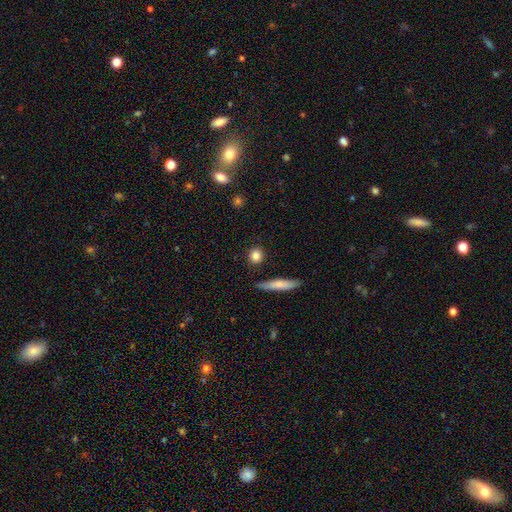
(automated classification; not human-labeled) A smooth galaxy with no disk features (84%) that is round (73%).

Vote fractions:
- Smooth or featured? smooth: 84% / star or artifact: 9% / featured or disk: 8%
- How rounded? round: 73% / in between: 21% / cigar-shaped: 6%
- Merging? none: 88% / minor disturbance: 8% / merger: 2% / major disturbance: 2%